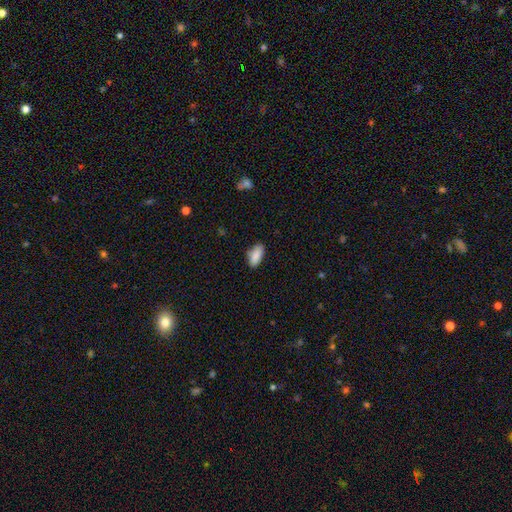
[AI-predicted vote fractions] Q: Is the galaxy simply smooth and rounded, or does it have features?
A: smooth — 88%.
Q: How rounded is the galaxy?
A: in between — 88%.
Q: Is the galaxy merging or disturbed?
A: none — 82%.